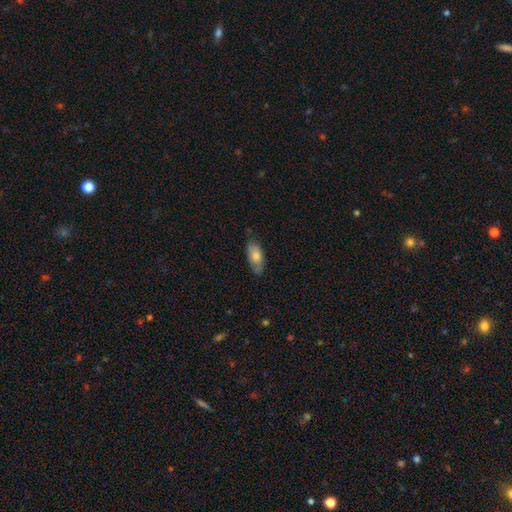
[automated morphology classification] smooth-or-featured: smooth: 68% | featured or disk: 26% | star or artifact: 7%
  how-rounded: in between: 84% | cigar-shaped: 13% | round: 3%
  merging: none: 74% | minor disturbance: 21% | major disturbance: 4% | merger: 1%